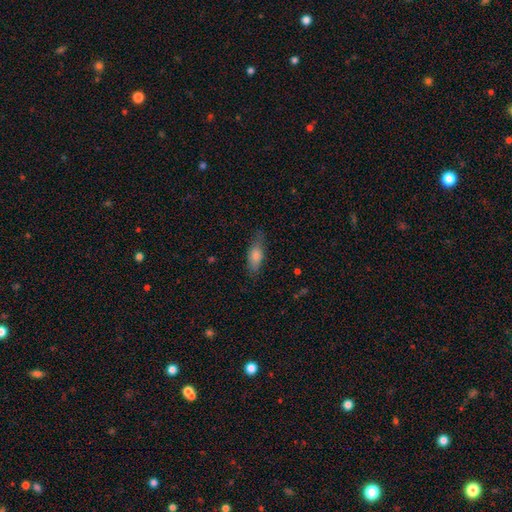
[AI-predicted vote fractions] smooth-or-featured: smooth: 77% | featured or disk: 16% | star or artifact: 7%
  how-rounded: in between: 73% | cigar-shaped: 24% | round: 3%
  merging: none: 69% | minor disturbance: 23% | major disturbance: 6% | merger: 1%